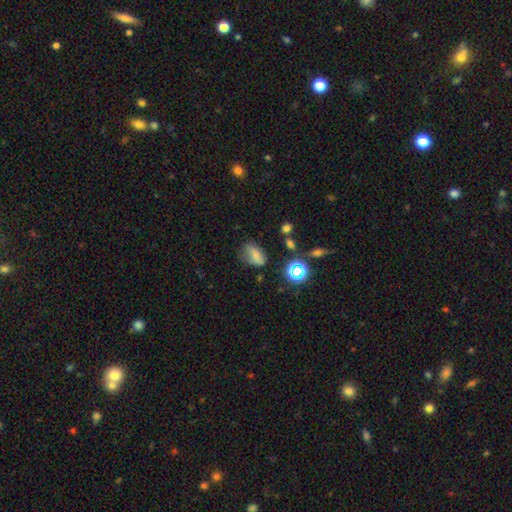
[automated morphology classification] smooth_or_featured: smooth (p=0.63) [alt: star or artifact p=0.19]
how_rounded: in between (p=0.80) [alt: round p=0.18]
merging: none (p=0.48) [alt: minor disturbance p=0.31]